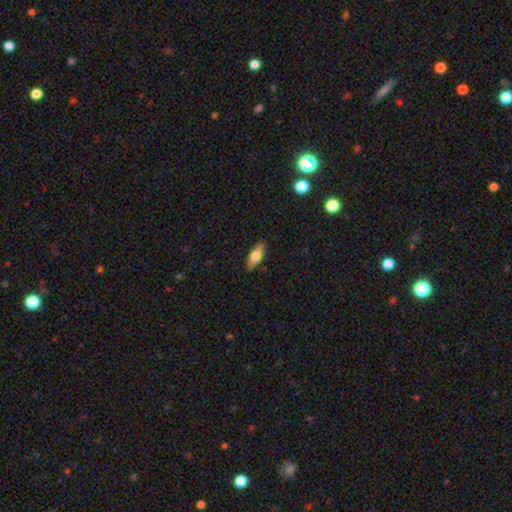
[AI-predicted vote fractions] A smooth galaxy with no disk features (69%) that is in between round and cigar-shaped (69%).

Vote fractions:
- Smooth or featured? smooth: 69% / featured or disk: 25% / star or artifact: 6%
- How rounded? in between: 69% / cigar-shaped: 28% / round: 3%
- Merging? none: 87% / minor disturbance: 10% / major disturbance: 2% / merger: 1%